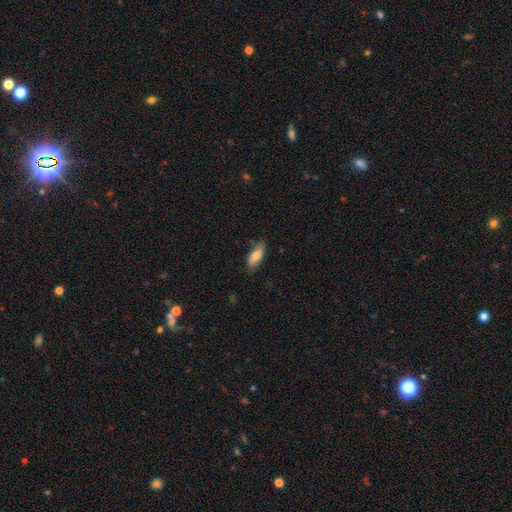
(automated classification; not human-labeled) This appears to be a smooth galaxy with no disk features (77%) that is in between round and cigar-shaped (72%). Merging: none (76%).